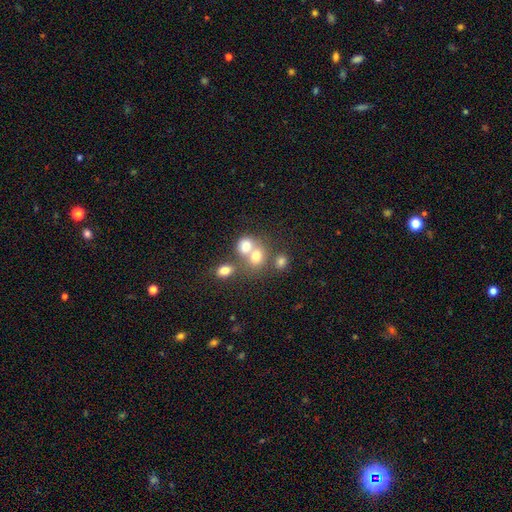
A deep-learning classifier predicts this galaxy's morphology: A smooth galaxy with no disk features (70%) that is round (64%). Merging: merger (52%).